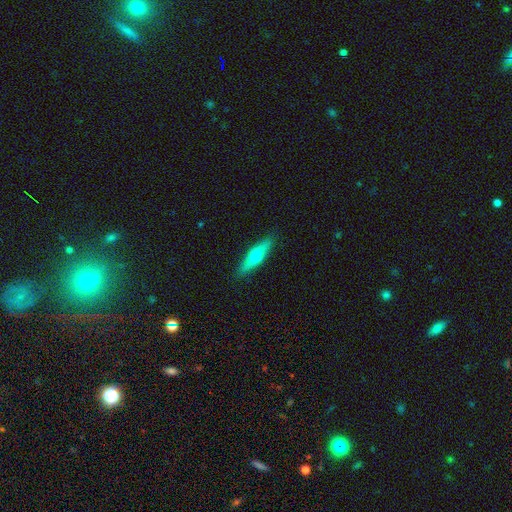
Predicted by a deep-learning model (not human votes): Overall: smooth (51%; featured or disk 43%). How rounded: cigar-shaped (70%). Merging: none (89%).